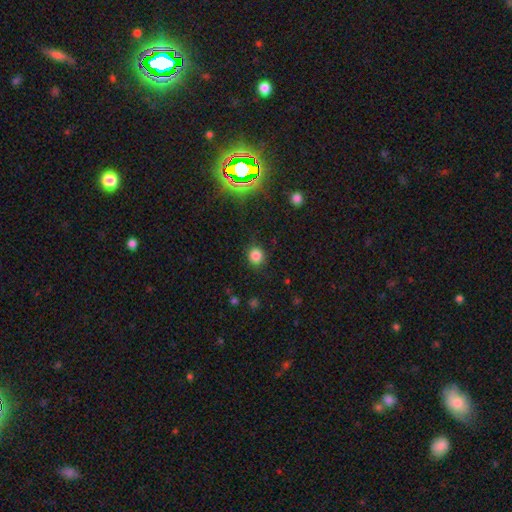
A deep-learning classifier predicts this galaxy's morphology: A smooth galaxy with no disk features (81%) that is round (85%).

Vote fractions:
- Smooth or featured? smooth: 81% / star or artifact: 14% / featured or disk: 5%
- How rounded? round: 85% / in between: 14% / cigar-shaped: 1%
- Merging? none: 86% / minor disturbance: 10% / major disturbance: 3% / merger: 1%